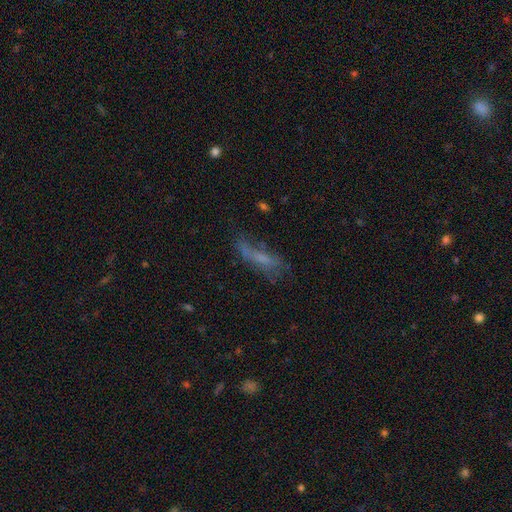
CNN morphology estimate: Smooth or featured? smooth (42%)
Merging? none (45%)